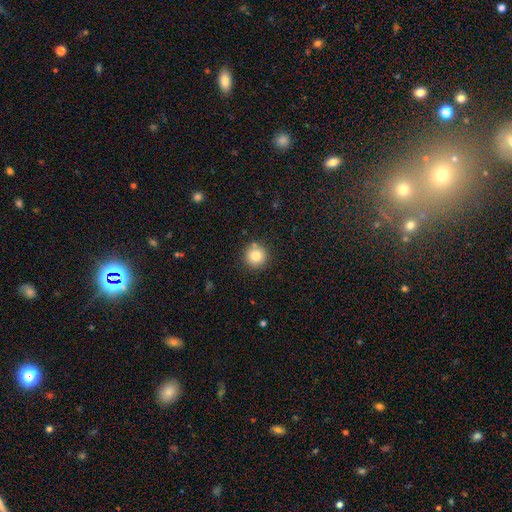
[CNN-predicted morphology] smooth-or-featured: smooth: 80% | star or artifact: 11% | featured or disk: 9%
  how-rounded: round: 95% | in between: 4% | cigar-shaped: 1%
  merging: none: 87% | minor disturbance: 8% | merger: 3% | major disturbance: 2%